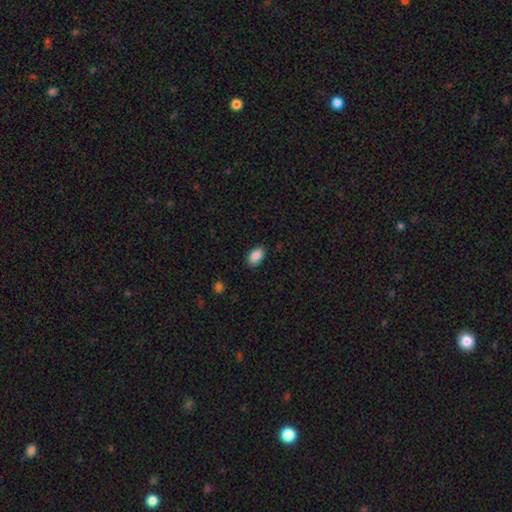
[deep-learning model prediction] Smooth or featured? Predicted: smooth (p=0.88). How rounded? Predicted: in between (p=0.92). Merging? Predicted: none (p=0.86).